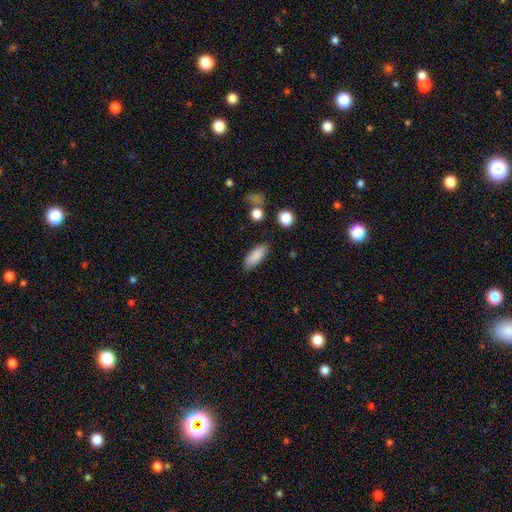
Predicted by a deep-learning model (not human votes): Smooth or featured: smooth — 86% (star or artifact — 7%)
How rounded: in between — 74% (cigar-shaped — 24%)
Merging: none — 83% (minor disturbance — 12%)